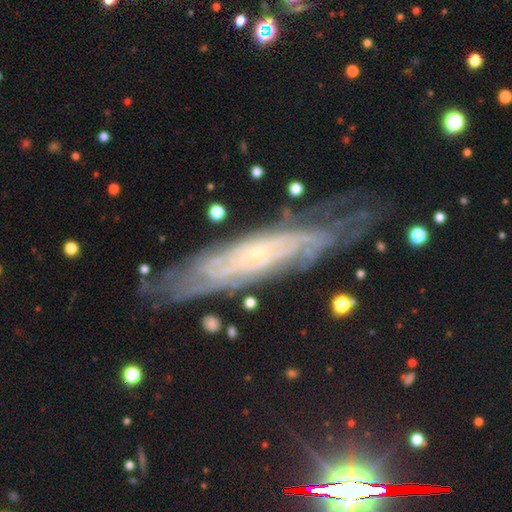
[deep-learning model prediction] Morphology: type=featured or disk (78%); edge-on=no (70%); bar=no (69%); spiral arms=yes (94%); winding=tight (71%); arm count=can't tell (57%); bulge=small (80%); merging=none (77%).